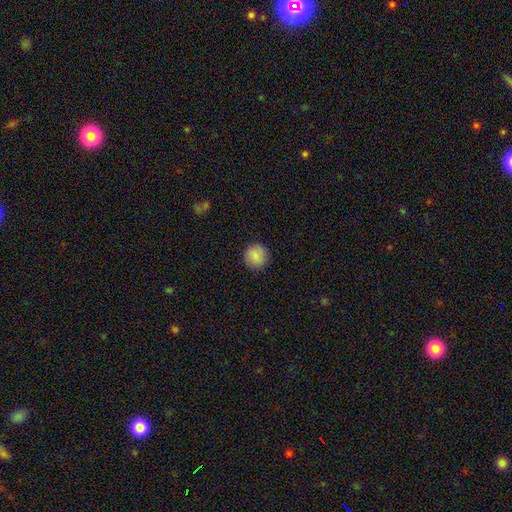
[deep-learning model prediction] A smooth galaxy with no disk features (88%) that is round (95%). Merging: none (92%).